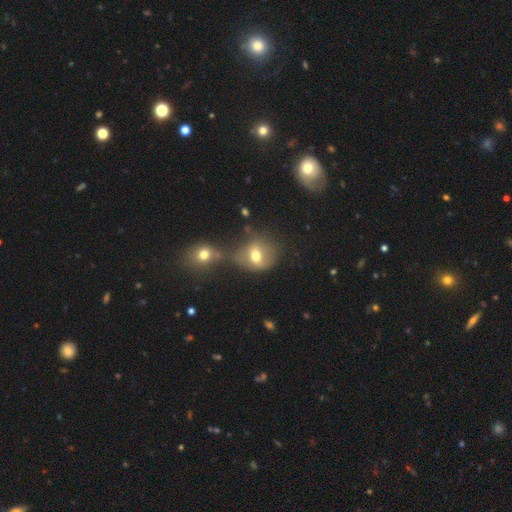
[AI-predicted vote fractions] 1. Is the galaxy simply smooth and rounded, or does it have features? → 63% smooth, 22% featured or disk, 15% star or artifact.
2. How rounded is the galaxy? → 62% round, 37% in between, 2% cigar-shaped.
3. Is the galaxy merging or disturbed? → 38% merger, 37% none, 15% minor disturbance, 10% major disturbance.